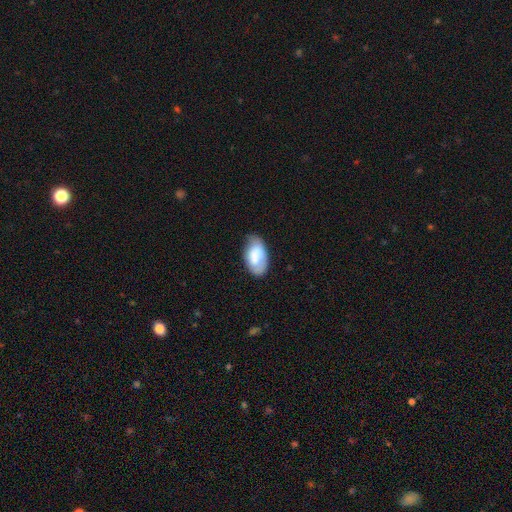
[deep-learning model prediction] smooth_or_featured: smooth (p=0.80) [alt: featured or disk p=0.14]
how_rounded: in between (p=0.95) [alt: round p=0.03]
merging: none (p=0.62) [alt: minor disturbance p=0.30]